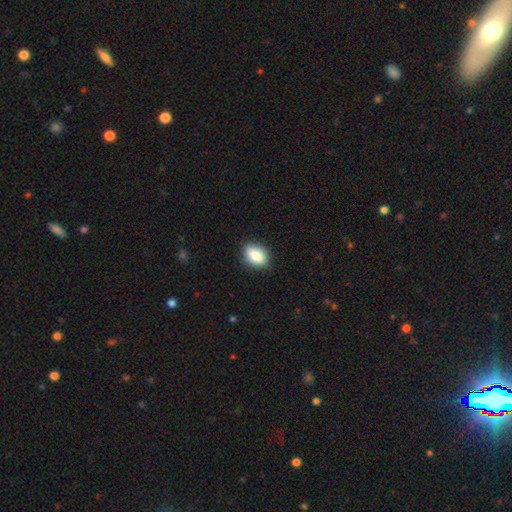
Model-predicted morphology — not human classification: smooth-or-featured: smooth: 87% | star or artifact: 7% | featured or disk: 5%
  how-rounded: in between: 86% | round: 12% | cigar-shaped: 2%
  merging: none: 87% | minor disturbance: 10% | major disturbance: 2% | merger: 1%